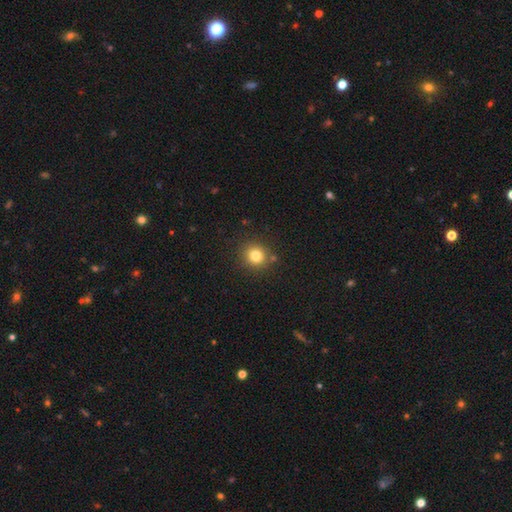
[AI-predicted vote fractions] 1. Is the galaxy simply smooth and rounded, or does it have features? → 80% smooth, 13% star or artifact, 7% featured or disk.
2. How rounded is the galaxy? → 88% round, 11% in between, 1% cigar-shaped.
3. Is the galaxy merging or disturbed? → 85% none, 8% minor disturbance, 4% merger, 3% major disturbance.